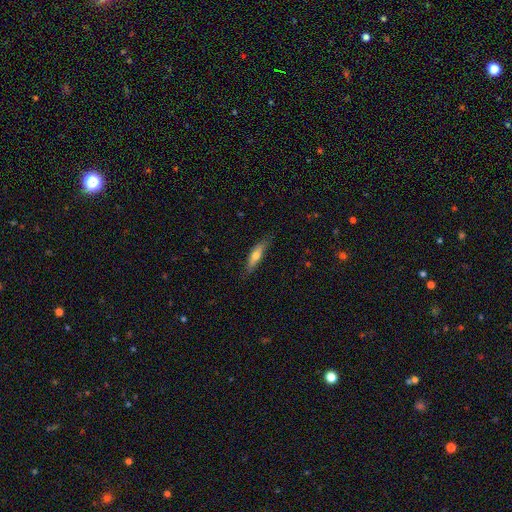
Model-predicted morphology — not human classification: A smooth galaxy with no disk features (58%) that is cigar-shaped (69%).

Vote fractions:
- Smooth or featured? smooth: 58% / featured or disk: 36% / star or artifact: 6%
- How rounded? cigar-shaped: 69% / in between: 29% / round: 2%
- Merging? none: 79% / minor disturbance: 17% / major disturbance: 3% / merger: 1%